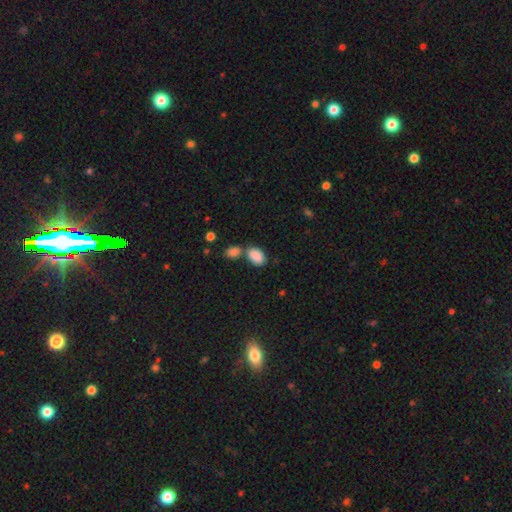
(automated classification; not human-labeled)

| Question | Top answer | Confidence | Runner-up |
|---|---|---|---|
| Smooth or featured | smooth | 88% | star or artifact (8%) |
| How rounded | in between | 90% | round (8%) |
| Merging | none | 48% | merger (36%) |